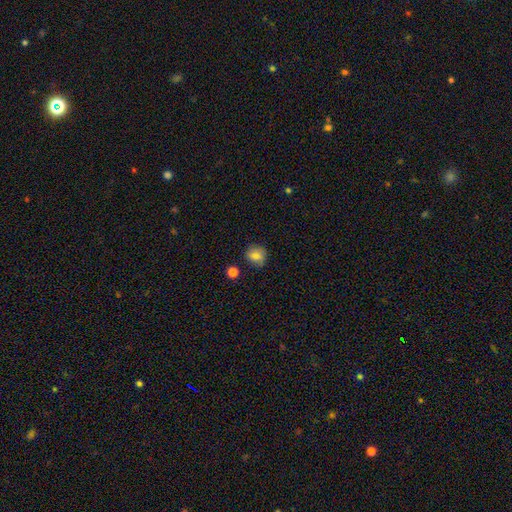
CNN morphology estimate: Smooth or featured? smooth (80%)
How rounded? round (83%)
Merging? none (79%)